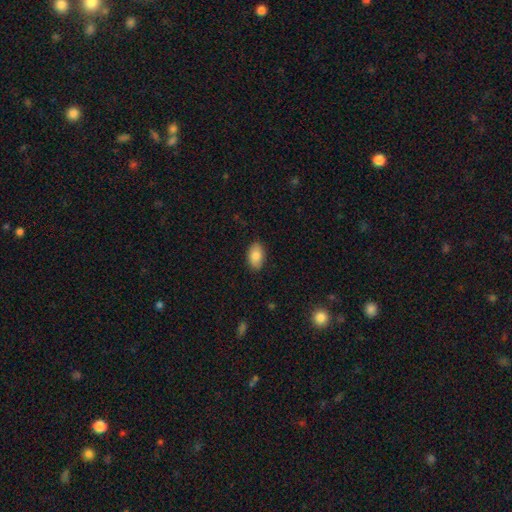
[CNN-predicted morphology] smooth_or_featured: smooth (p=0.85) [alt: featured or disk p=0.08]
how_rounded: in between (p=0.92) [alt: round p=0.06]
merging: none (p=0.87) [alt: minor disturbance p=0.10]